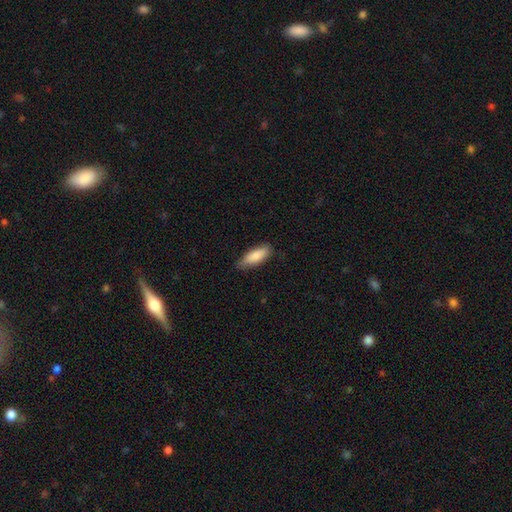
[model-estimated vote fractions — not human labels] smooth-or-featured: smooth: 85% | featured or disk: 9% | star or artifact: 5%
  how-rounded: in between: 63% | cigar-shaped: 36% | round: 2%
  merging: none: 78% | minor disturbance: 18% | major disturbance: 3% | merger: 1%